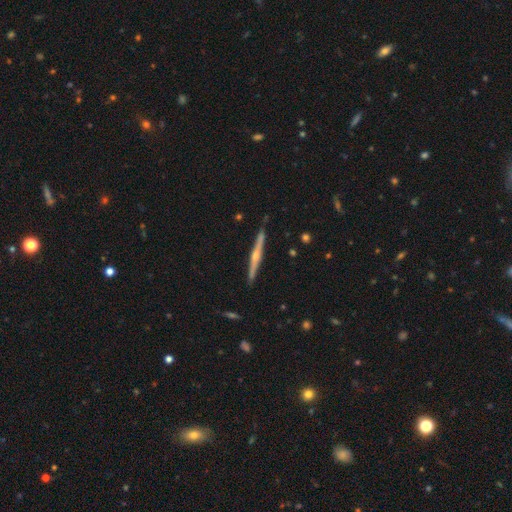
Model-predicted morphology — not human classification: type=featured or disk (80%); edge-on=yes (98%); edge-on bulge=rounded (88%); merging=none (91%).